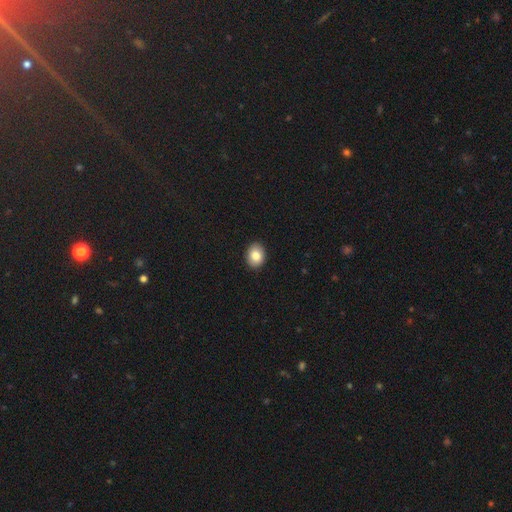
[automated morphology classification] smooth-or-featured: smooth: 84% | star or artifact: 8% | featured or disk: 8%
  how-rounded: in between: 60% | round: 39% | cigar-shaped: 1%
  merging: none: 91% | minor disturbance: 6% | major disturbance: 2% | merger: 1%